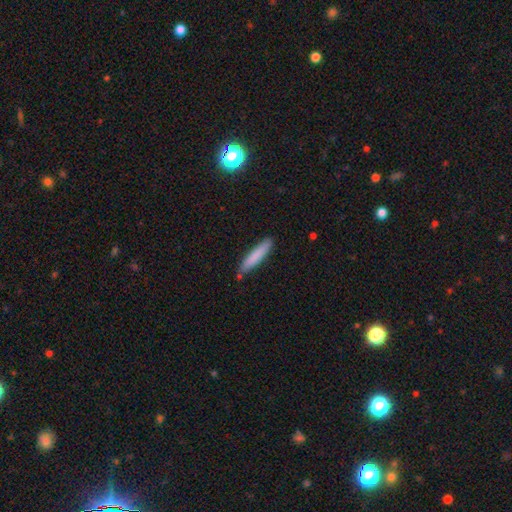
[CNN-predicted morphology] The model was most divided on "smooth or featured": smooth: 81%, featured or disk: 14%, star or artifact: 6%. More confident: how rounded — cigar-shaped (91%); merging — none (81%).